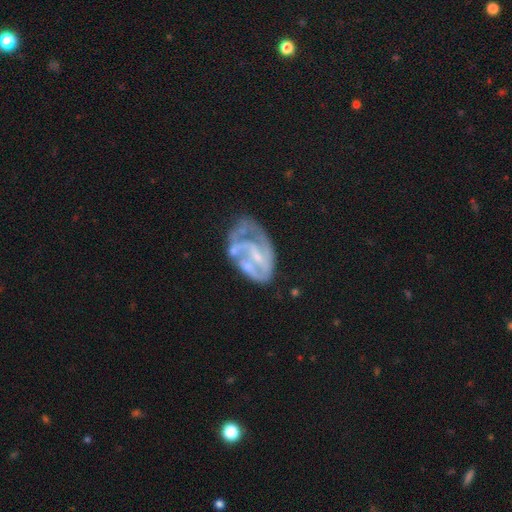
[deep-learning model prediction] Morphology: type=featured or disk (77%); edge-on=no (97%); bar=no (42%); spiral arms=yes (70%); winding=medium (41%); arm count=2 (37%); bulge=small (49%); merging=none (33%).